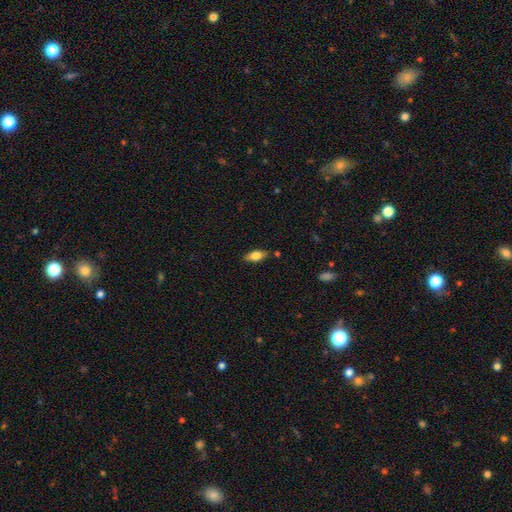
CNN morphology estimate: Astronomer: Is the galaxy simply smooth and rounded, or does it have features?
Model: smooth — 75%.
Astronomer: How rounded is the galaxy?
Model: in between — 84%.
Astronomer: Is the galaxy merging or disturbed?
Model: none — 80%.